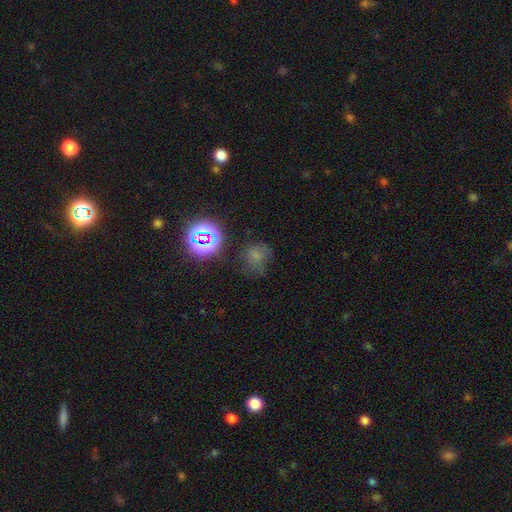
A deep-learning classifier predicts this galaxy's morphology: smooth 56%, star or artifact 31%, featured or disk 13%. Down the decision tree: how rounded — round (73%); merging — none (54%).